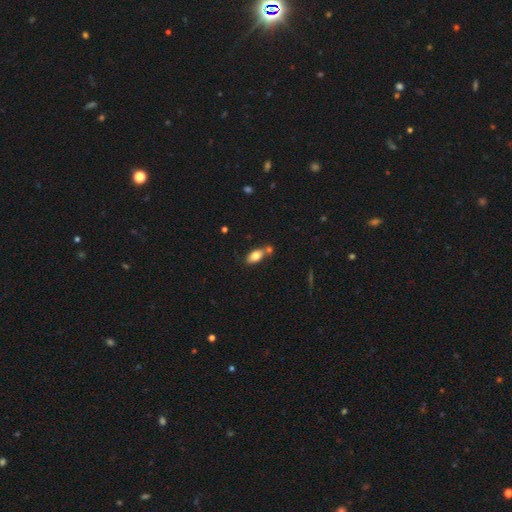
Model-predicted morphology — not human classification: type=smooth (76%); roundness=in between (87%); merging=none (57%).